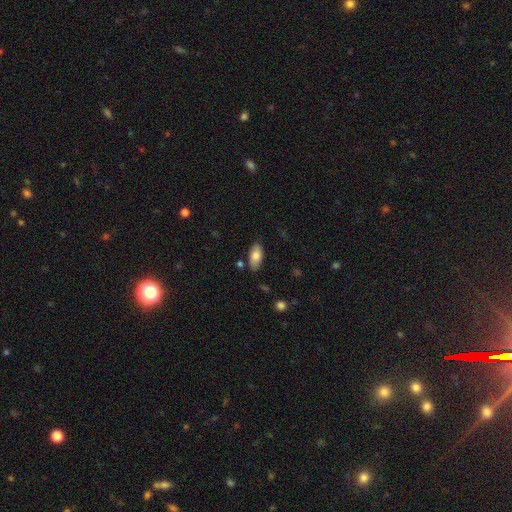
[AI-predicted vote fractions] A smooth galaxy with no disk features (82%) that is in between round and cigar-shaped (93%).

Vote fractions:
- Smooth or featured? smooth: 82% / featured or disk: 12% / star or artifact: 7%
- How rounded? in between: 93% / cigar-shaped: 5% / round: 2%
- Merging? none: 80% / minor disturbance: 13% / merger: 3% / major disturbance: 3%